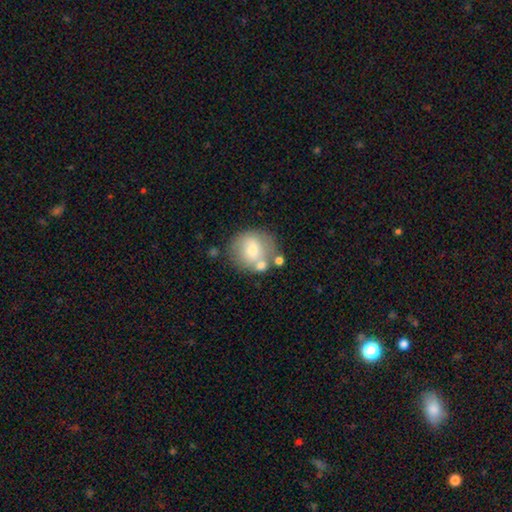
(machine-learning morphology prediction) Smooth or featured? smooth (64%)
How rounded? round (85%)
Merging? none (63%)